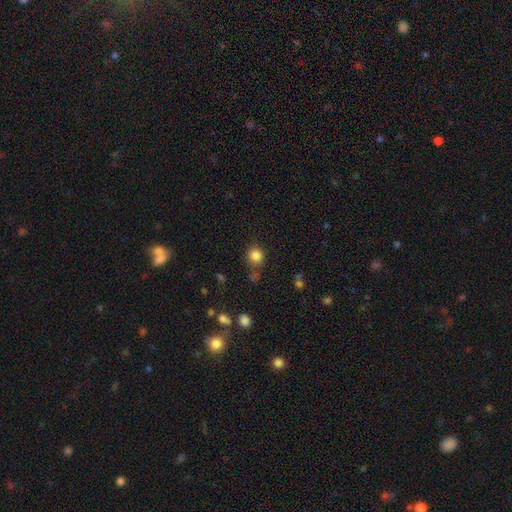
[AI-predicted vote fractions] Q: Smooth or featured?
A: smooth (84%); runner-up: star or artifact (12%)
Q: How rounded?
A: round (88%); runner-up: in between (11%)
Q: Merging?
A: none (75%); runner-up: minor disturbance (12%)